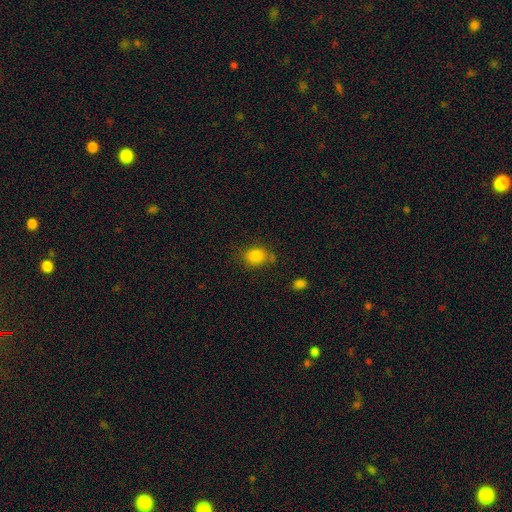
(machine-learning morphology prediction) This appears to be a smooth galaxy with no disk features (84%) that is in between round and cigar-shaped (50%). Merging: none (69%).